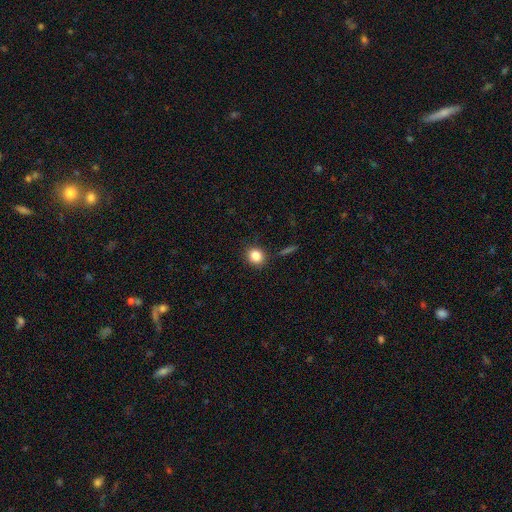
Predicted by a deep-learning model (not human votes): A smooth galaxy with no disk features (84%) that is round (73%). Merging: none (87%).